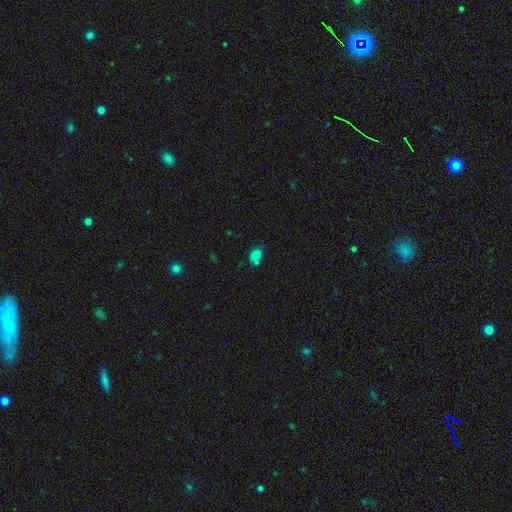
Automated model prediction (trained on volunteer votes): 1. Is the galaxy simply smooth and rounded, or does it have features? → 76% smooth, 15% star or artifact, 9% featured or disk.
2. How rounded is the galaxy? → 62% in between, 36% round, 1% cigar-shaped.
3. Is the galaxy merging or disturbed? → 47% none, 28% merger, 19% minor disturbance, 7% major disturbance.